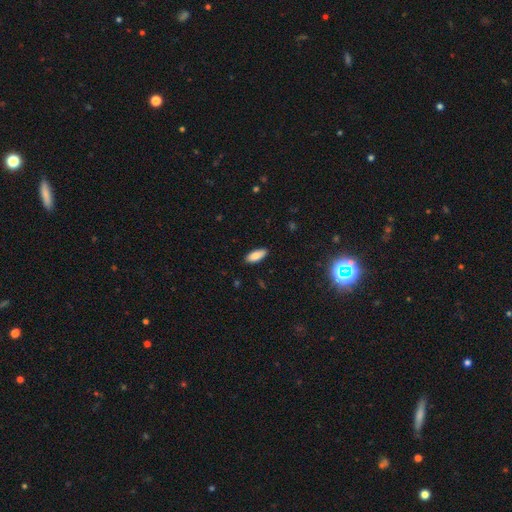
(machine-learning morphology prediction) A smooth galaxy with no disk features (84%) that is in between round and cigar-shaped (81%).

Vote fractions:
- Smooth or featured? smooth: 84% / featured or disk: 10% / star or artifact: 7%
- How rounded? in between: 81% / cigar-shaped: 17% / round: 2%
- Merging? none: 87% / minor disturbance: 10% / major disturbance: 2% / merger: 1%